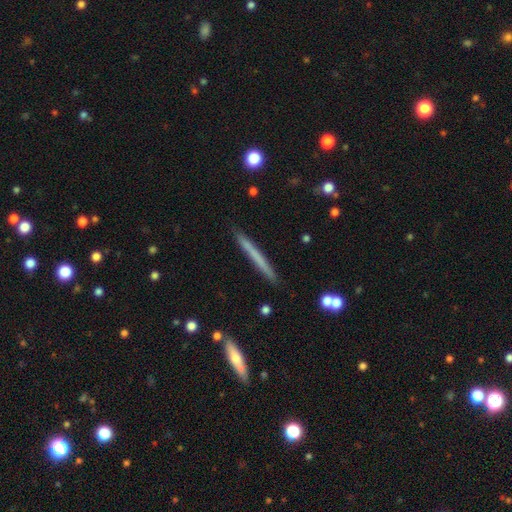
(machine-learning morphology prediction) smooth_or_featured: smooth (p=0.57) [alt: featured or disk p=0.36]
how_rounded: cigar-shaped (p=0.97) [alt: in between p=0.02]
merging: none (p=0.88) [alt: minor disturbance p=0.09]